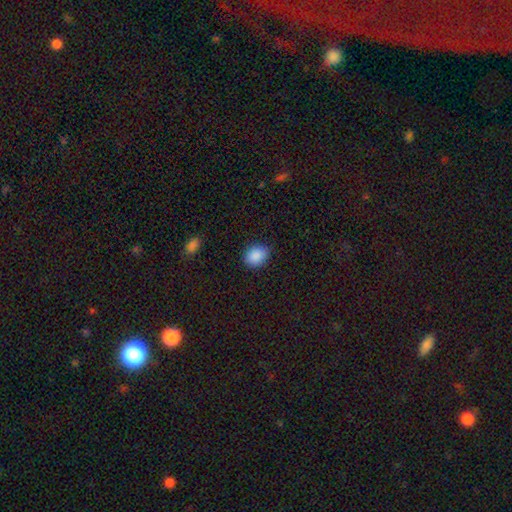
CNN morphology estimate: Smooth or featured: smooth — 88% (star or artifact — 8%)
How rounded: in between — 55% (round — 44%)
Merging: none — 85% (minor disturbance — 12%)